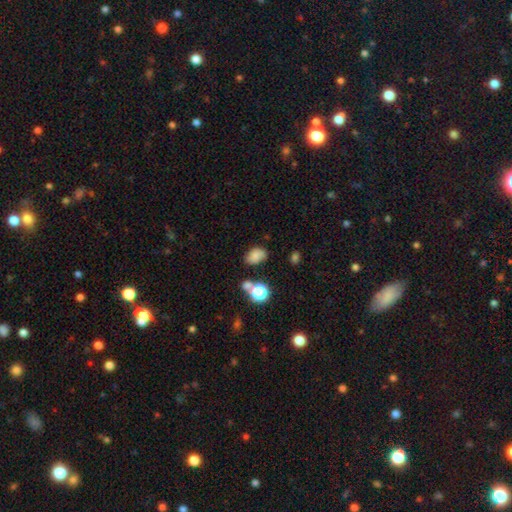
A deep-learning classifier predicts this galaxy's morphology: This appears to be a smooth galaxy with no disk features (77%) that is in between round and cigar-shaped (79%). Merging: none (68%).